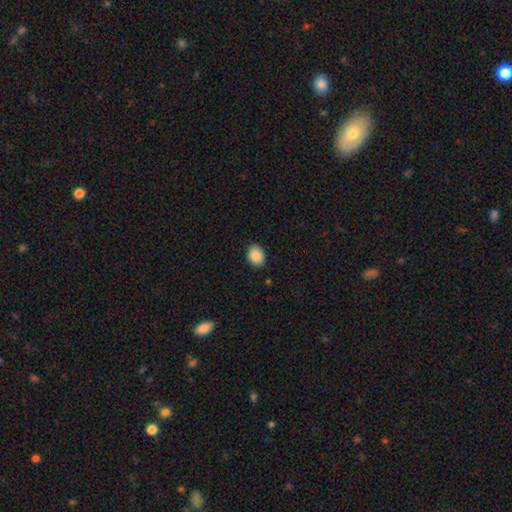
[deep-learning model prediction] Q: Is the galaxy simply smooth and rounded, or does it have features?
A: smooth — 88%.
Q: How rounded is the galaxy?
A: in between — 58%.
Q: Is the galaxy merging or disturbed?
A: none — 89%.